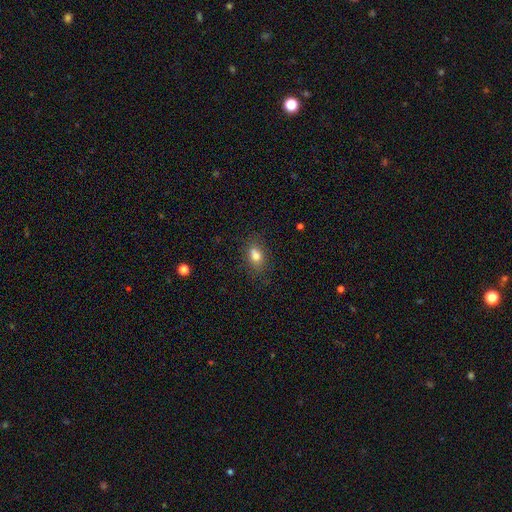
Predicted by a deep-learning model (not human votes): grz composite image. It shows a smooth galaxy with no disk features (76%) that is in between round and cigar-shaped (70%). Merging: none (67%).